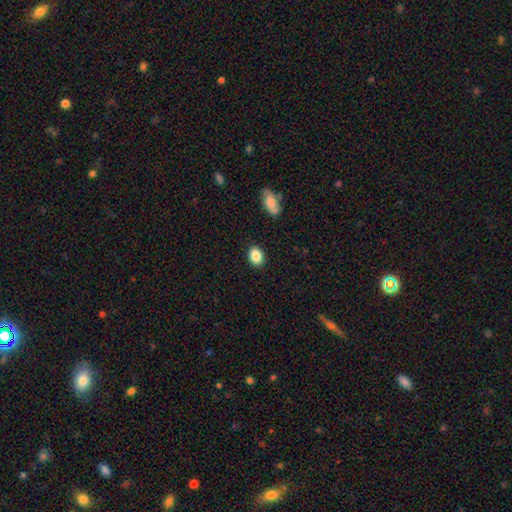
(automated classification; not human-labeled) This is clearly a smooth galaxy (87%). How rounded: likely in between (62%). Merging: clearly none (89%).